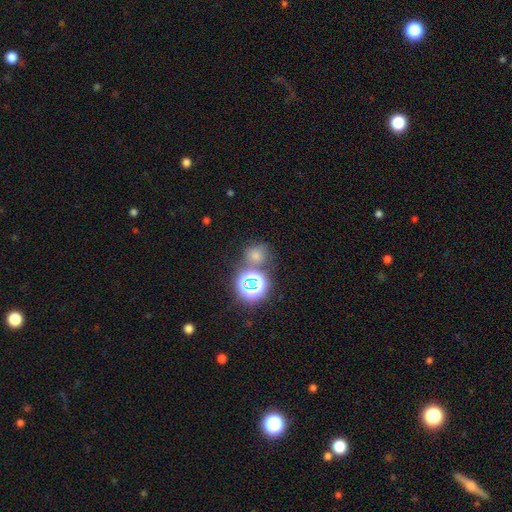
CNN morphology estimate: Smooth or featured: smooth — 60% (star or artifact — 32%)
How rounded: round — 81% (in between — 18%)
Merging: none — 67% (merger — 17%)